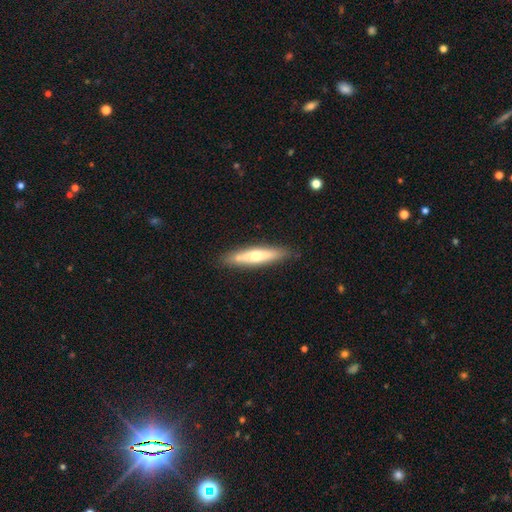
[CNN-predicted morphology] The model was most divided on "smooth or featured": smooth: 51%, featured or disk: 43%, star or artifact: 6%. More confident: merging — none (86%); how rounded — cigar-shaped (83%).